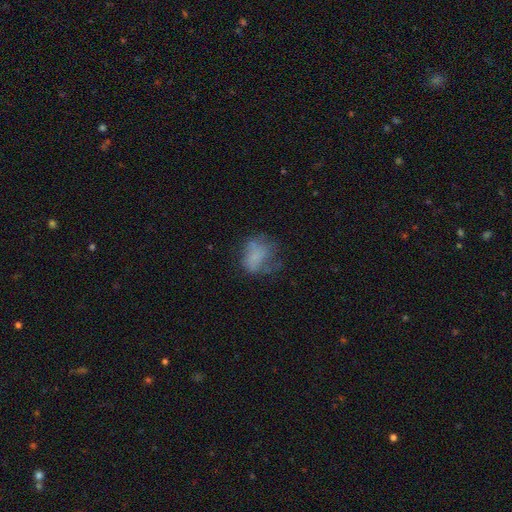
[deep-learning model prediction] smooth 54%, featured or disk 31%, star or artifact 15%. Down the decision tree: how rounded — in between (55%); merging — none (40%).